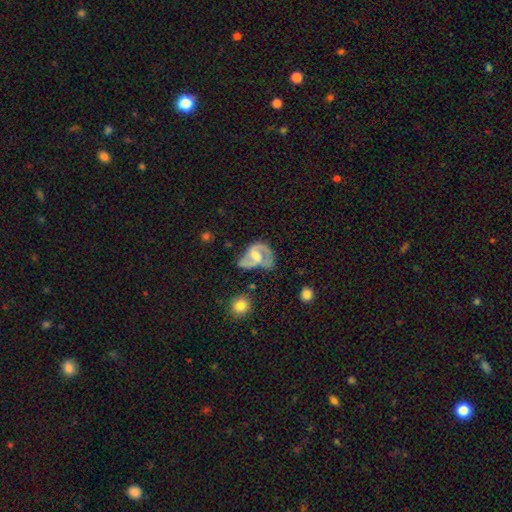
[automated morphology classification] This is likely a featured or disk galaxy (80%). It is clearly not viewed edge-on (98%). Bar: possibly weak (51%). Spiral arm pattern: clearly yes (90%). Spiral arm count: clearly 2 (81%). Spiral winding: possibly medium (51%). Central bulge: marginally moderate (40%). Merging: marginally none (40%).